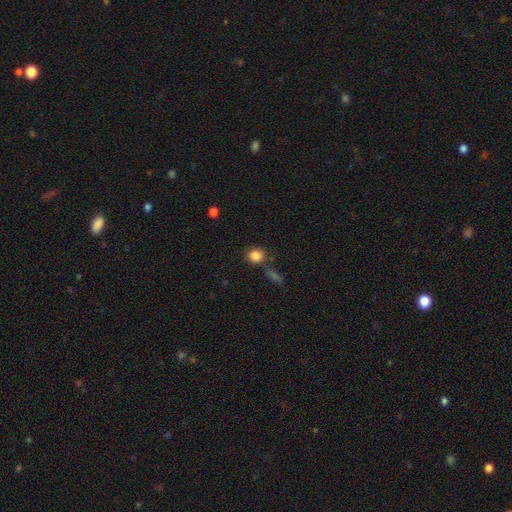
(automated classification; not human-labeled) Overall: smooth (85%). How rounded: round (79%). Merging: none (73%).